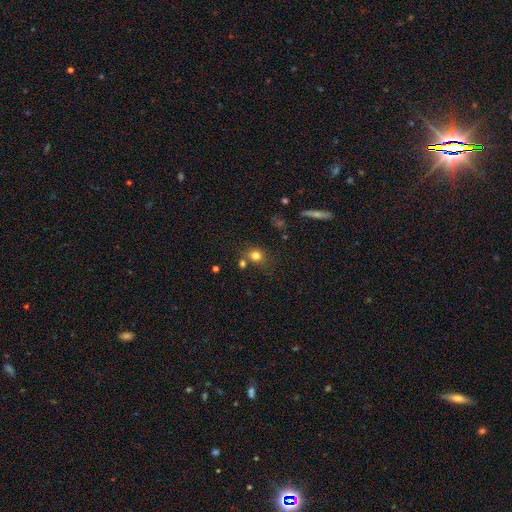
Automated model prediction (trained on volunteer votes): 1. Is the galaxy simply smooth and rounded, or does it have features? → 78% smooth, 14% star or artifact, 8% featured or disk.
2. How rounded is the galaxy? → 72% round, 27% in between, 1% cigar-shaped.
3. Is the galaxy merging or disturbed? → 66% none, 15% merger, 14% minor disturbance, 5% major disturbance.